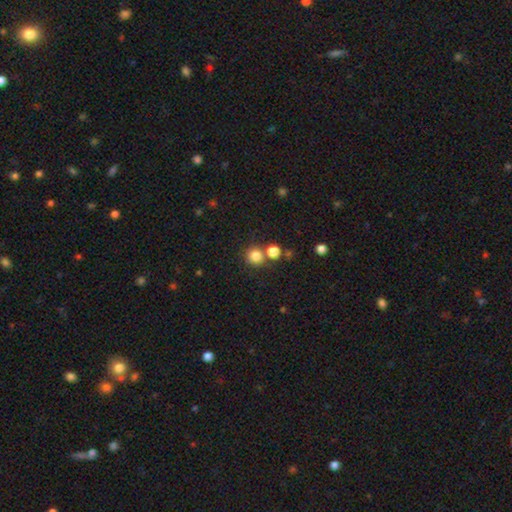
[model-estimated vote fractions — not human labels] smooth_or_featured: smooth (p=0.82) [alt: star or artifact p=0.13]
how_rounded: round (p=0.92) [alt: in between p=0.07]
merging: none (p=0.71) [alt: merger p=0.19]